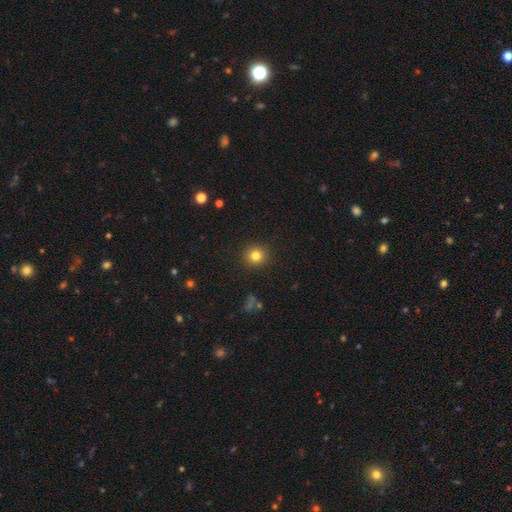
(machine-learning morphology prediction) A smooth galaxy with no disk features (81%) that is round (92%).

Vote fractions:
- Smooth or featured? smooth: 81% / star or artifact: 12% / featured or disk: 7%
- How rounded? round: 92% / in between: 7% / cigar-shaped: 1%
- Merging? none: 91% / minor disturbance: 6% / major disturbance: 2% / merger: 1%